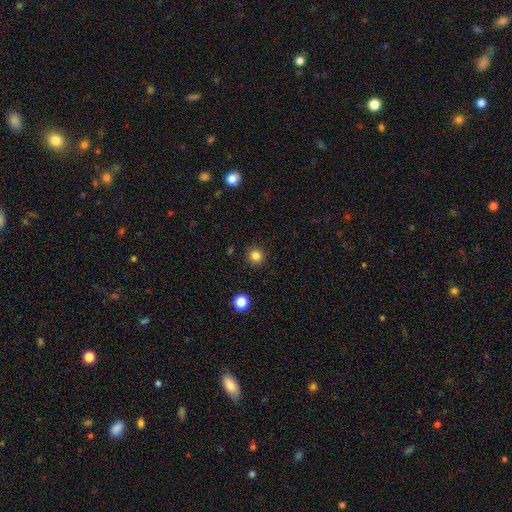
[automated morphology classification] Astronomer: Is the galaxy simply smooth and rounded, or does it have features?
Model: smooth — 83%.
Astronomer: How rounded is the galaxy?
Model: round — 94%.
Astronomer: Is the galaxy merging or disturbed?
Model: none — 91%.